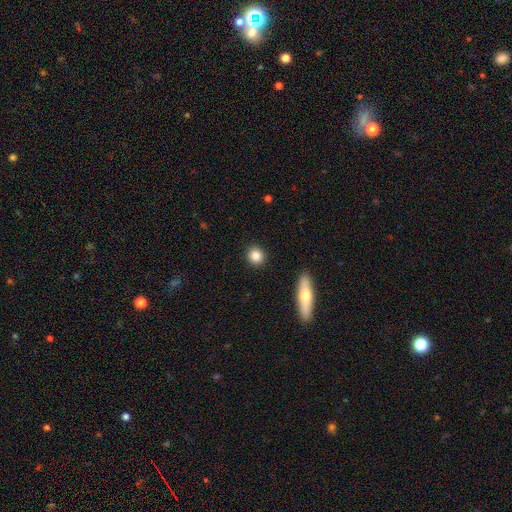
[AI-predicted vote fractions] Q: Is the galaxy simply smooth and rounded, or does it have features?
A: smooth — 85%.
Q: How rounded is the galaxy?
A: round — 87%.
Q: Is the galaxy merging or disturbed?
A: none — 91%.